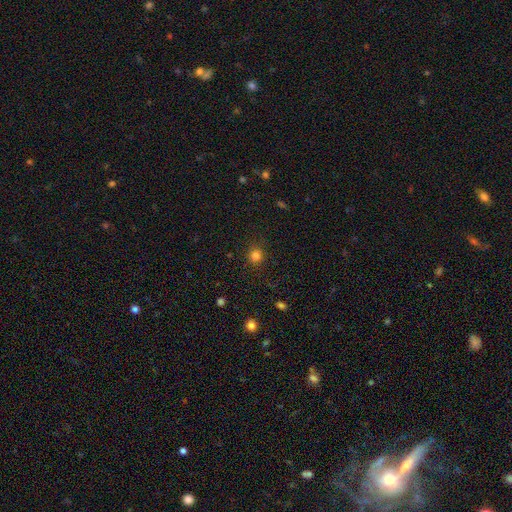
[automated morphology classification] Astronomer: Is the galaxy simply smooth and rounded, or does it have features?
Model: smooth — 81%.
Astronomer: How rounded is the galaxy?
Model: round — 90%.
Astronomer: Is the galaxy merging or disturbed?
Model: none — 88%.